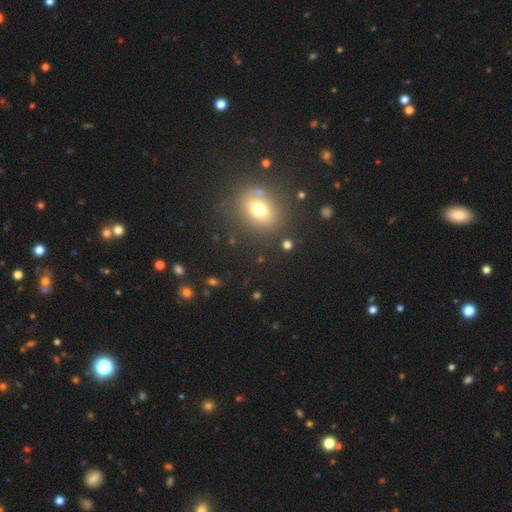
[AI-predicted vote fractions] smooth-or-featured: smooth: 57% | star or artifact: 33% | featured or disk: 10%
  how-rounded: round: 70% | in between: 28% | cigar-shaped: 2%
  merging: none: 88% | minor disturbance: 7% | major disturbance: 3% | merger: 2%